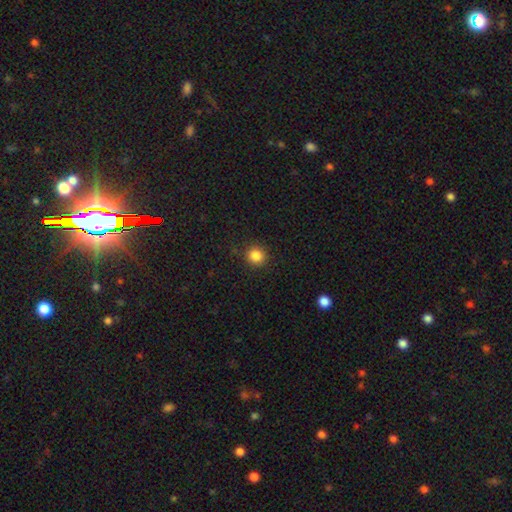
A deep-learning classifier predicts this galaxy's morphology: smooth_or_featured: smooth (p=0.85) [alt: star or artifact p=0.11]
how_rounded: round (p=0.89) [alt: in between p=0.10]
merging: none (p=0.89) [alt: minor disturbance p=0.07]